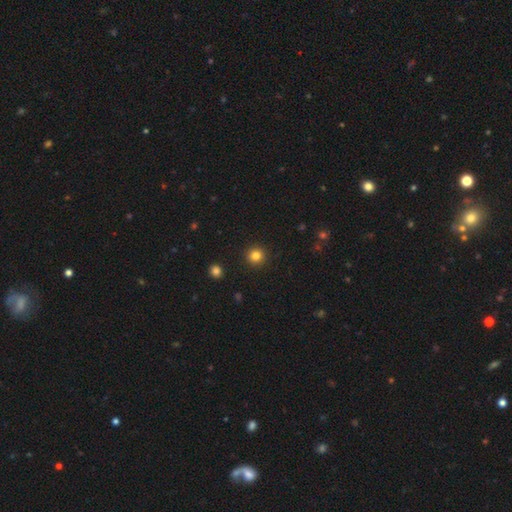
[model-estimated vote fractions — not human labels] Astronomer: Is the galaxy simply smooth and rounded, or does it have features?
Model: smooth — 83%.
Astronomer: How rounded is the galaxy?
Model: round — 95%.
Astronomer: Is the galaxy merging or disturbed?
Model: none — 93%.